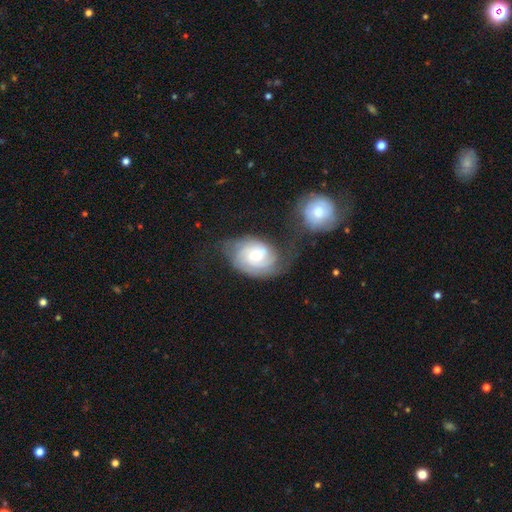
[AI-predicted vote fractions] Q: Smooth or featured?
A: featured or disk (75%); runner-up: smooth (18%)
Q: Edge-on disk?
A: no (97%); runner-up: yes (3%)
Q: Bar?
A: no (60%); runner-up: weak (35%)
Q: Spiral arms?
A: yes (94%); runner-up: no (6%)
Q: Spiral winding?
A: tight (61%); runner-up: medium (30%)
Q: Spiral arm count?
A: 2 (33%); runner-up: can't tell (31%)
Q: Bulge size?
A: moderate (62%); runner-up: small (28%)
Q: Merging?
A: none (55%); runner-up: minor disturbance (23%)